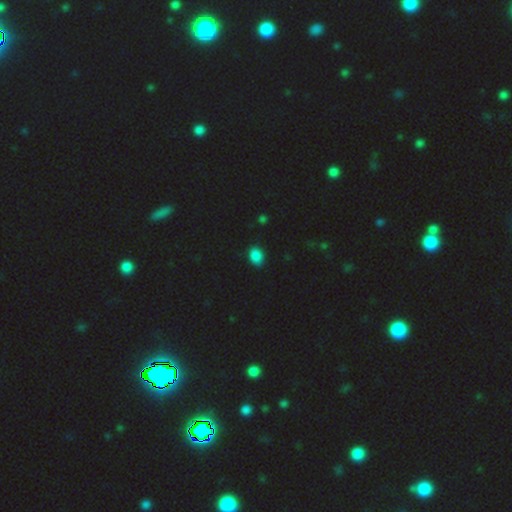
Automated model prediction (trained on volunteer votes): smooth_or_featured: smooth (p=0.84) [alt: star or artifact p=0.13]
how_rounded: in between (p=0.70) [alt: round p=0.28]
merging: none (p=0.87) [alt: minor disturbance p=0.10]